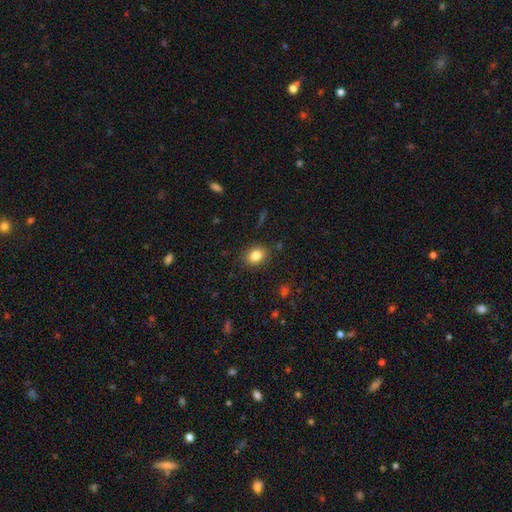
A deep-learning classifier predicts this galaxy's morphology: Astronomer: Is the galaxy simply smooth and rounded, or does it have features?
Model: smooth — 83%.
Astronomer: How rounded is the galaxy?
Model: in between — 57% (runner-up: round, 42%).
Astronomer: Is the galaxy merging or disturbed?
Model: none — 86%.